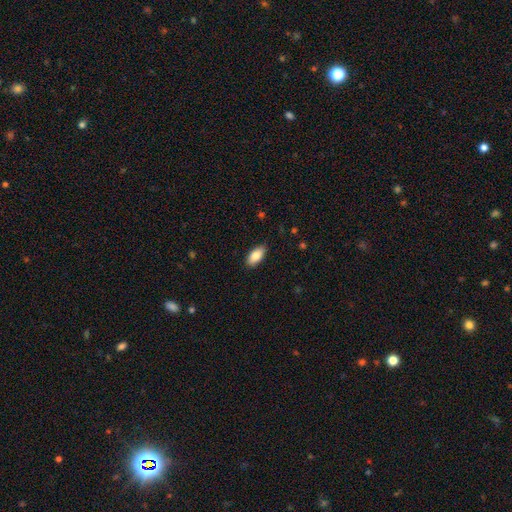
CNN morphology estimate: smooth 85%, featured or disk 9%, star or artifact 7%. Down the decision tree: how rounded — in between (92%); merging — none (87%).